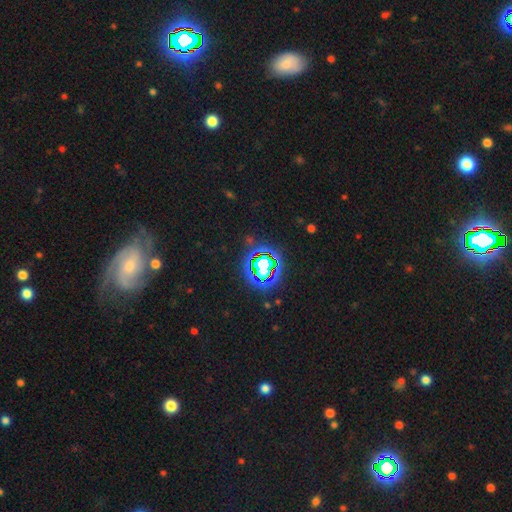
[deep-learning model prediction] A star or artifact, not a galaxy (64%).